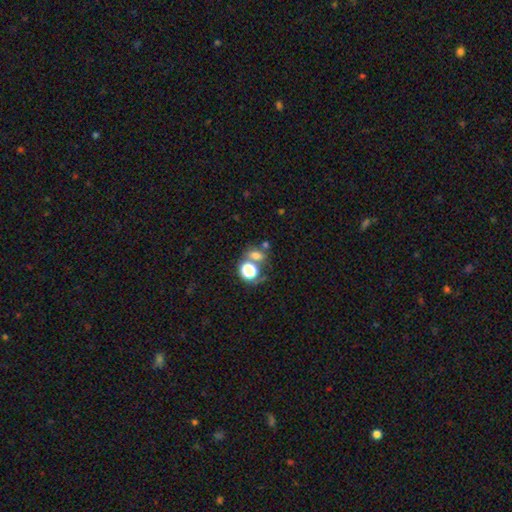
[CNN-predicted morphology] The model was most divided on "how rounded": in between: 57%, round: 41%, cigar-shaped: 3%. Remaining: smooth or featured — smooth (65%); merging — none (49%).